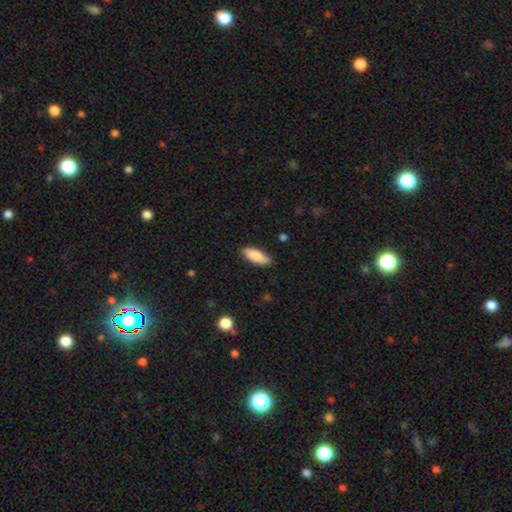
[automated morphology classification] Smooth or featured? Predicted: smooth (p=0.86). How rounded? Predicted: in between (p=0.71). Merging? Predicted: none (p=0.87).